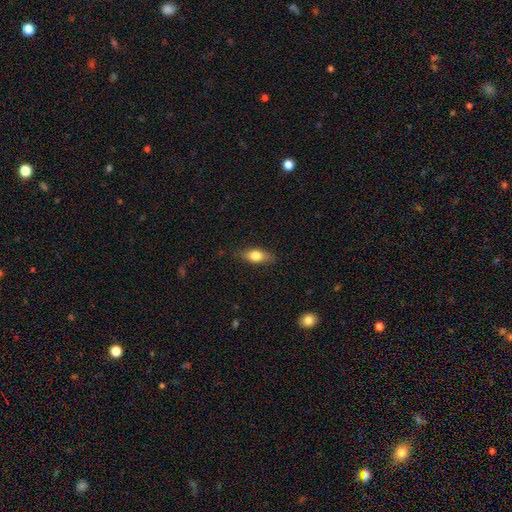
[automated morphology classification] Overall: smooth (74%). How rounded: in between (76%). Merging: none (81%).